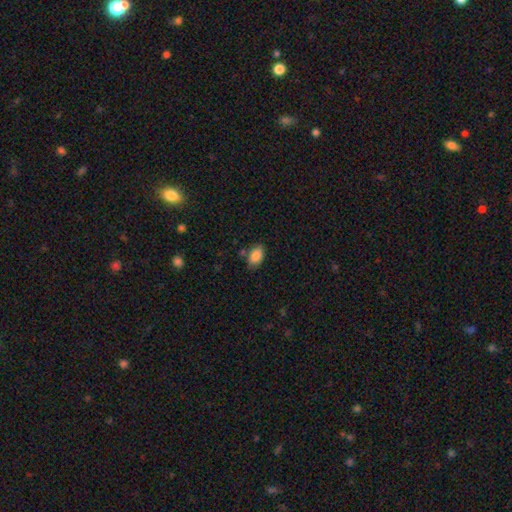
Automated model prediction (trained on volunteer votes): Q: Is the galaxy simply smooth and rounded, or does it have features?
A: smooth — 87%.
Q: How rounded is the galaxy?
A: in between — 90%.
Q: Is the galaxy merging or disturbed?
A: none — 77%.